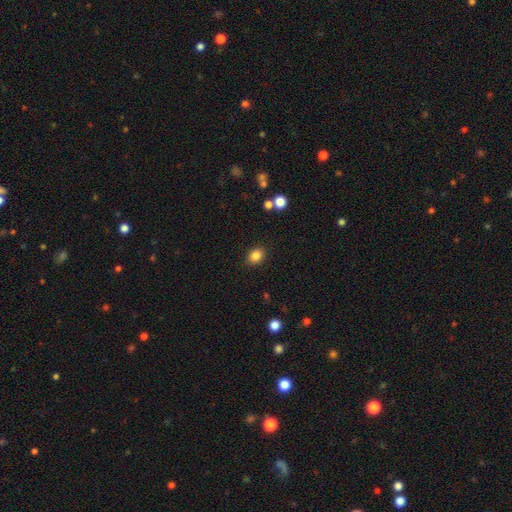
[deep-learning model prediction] This appears to be a smooth galaxy with no disk features (85%) that is in between round and cigar-shaped (55%). Merging: none (87%).